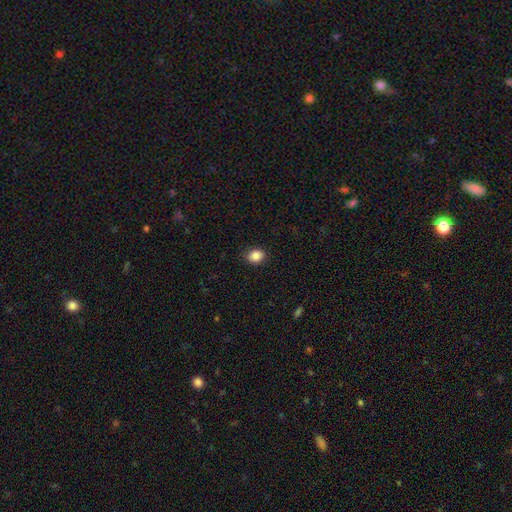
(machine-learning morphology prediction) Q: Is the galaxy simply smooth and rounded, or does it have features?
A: smooth — 87%.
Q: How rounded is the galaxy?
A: in between — 51%.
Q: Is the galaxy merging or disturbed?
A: none — 88%.